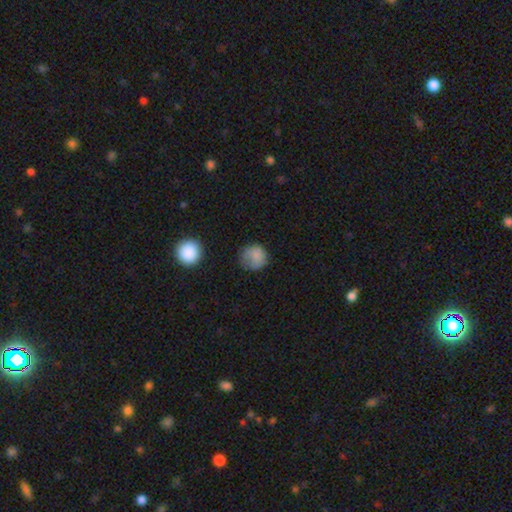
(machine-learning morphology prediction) Smooth or featured? smooth (81%)
How rounded? round (88%)
Merging? none (62%)